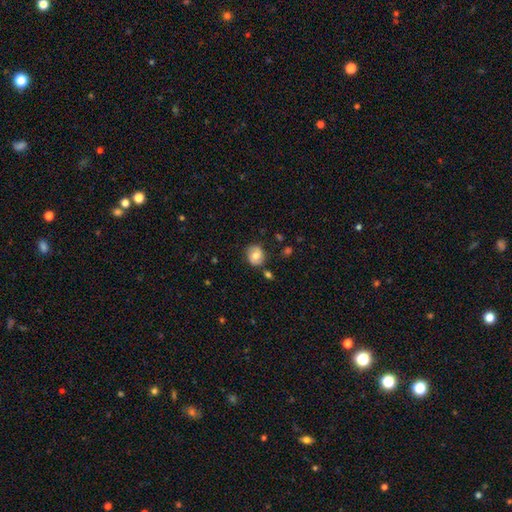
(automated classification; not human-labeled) This appears to be a smooth galaxy with no disk features (61%) that is round (75%). Merging: none (78%).